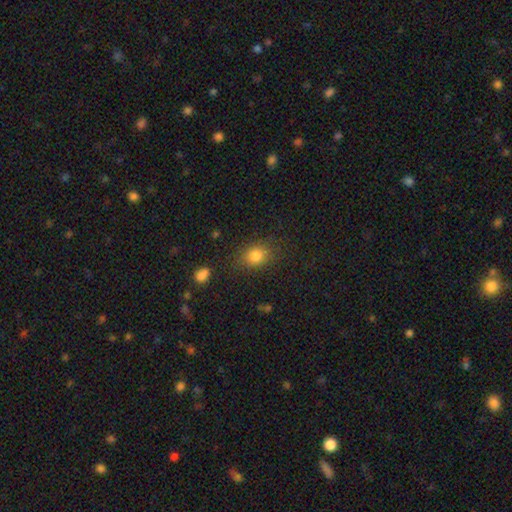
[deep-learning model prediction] Smooth or featured? Predicted: smooth (p=0.82). How rounded? Predicted: in between (p=0.51). Merging? Predicted: none (p=0.80).